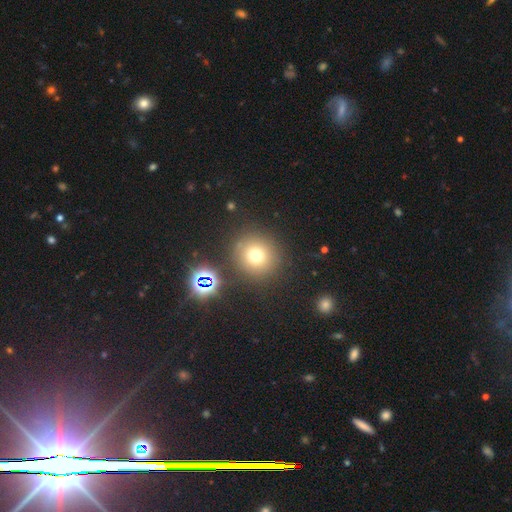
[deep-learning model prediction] A smooth galaxy with no disk features (70%) that is round (91%). Merging: none (84%).